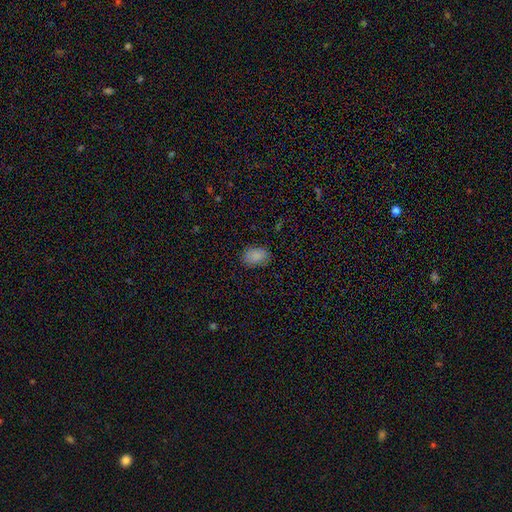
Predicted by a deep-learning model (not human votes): A smooth galaxy with no disk features (86%) that is in between round and cigar-shaped (78%). Merging: none (82%).